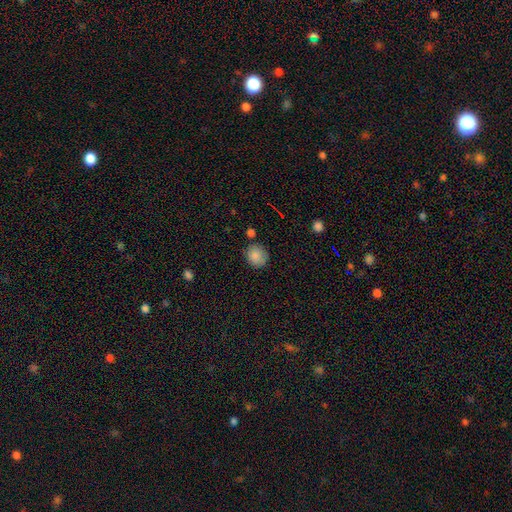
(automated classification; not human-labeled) Morphology: type=smooth (85%); roundness=round (83%); merging=none (80%).